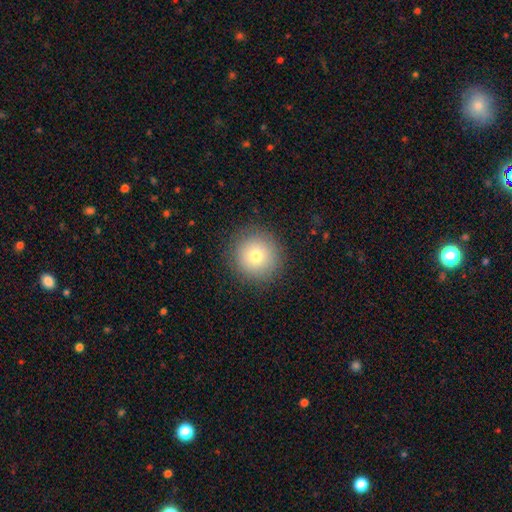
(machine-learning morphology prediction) type=smooth (76%); roundness=round (95%); merging=none (90%).